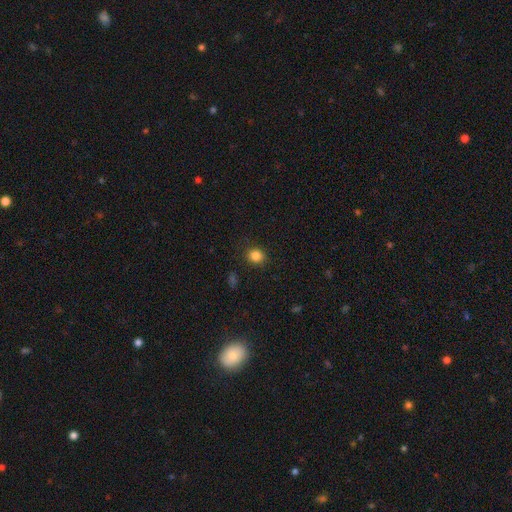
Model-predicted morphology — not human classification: smooth 83%, star or artifact 12%, featured or disk 5%. Down the decision tree: how rounded — round (76%); merging — none (89%).